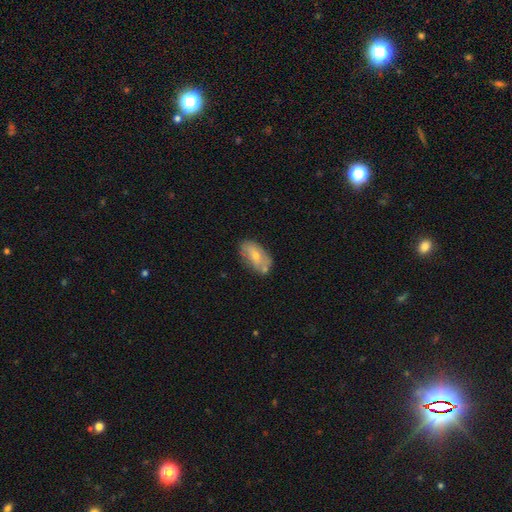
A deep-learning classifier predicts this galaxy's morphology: smooth-or-featured: smooth: 53% | featured or disk: 38% | star or artifact: 9%
  how-rounded: in between: 90% | round: 5% | cigar-shaped: 4%
  merging: none: 66% | minor disturbance: 21% | merger: 8% | major disturbance: 5%